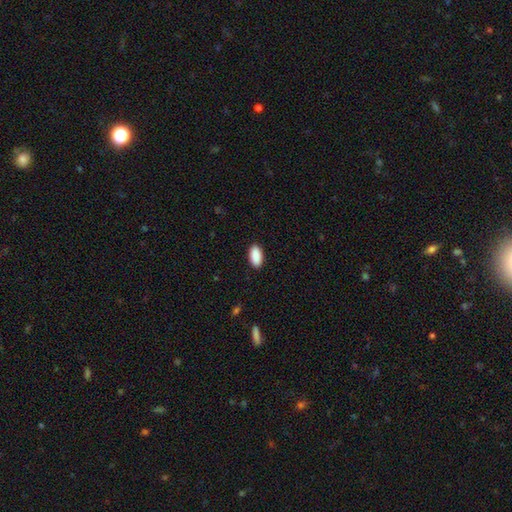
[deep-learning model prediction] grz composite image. It shows a smooth galaxy with no disk features (91%) that is in between round and cigar-shaped (94%). Merging: none (90%).